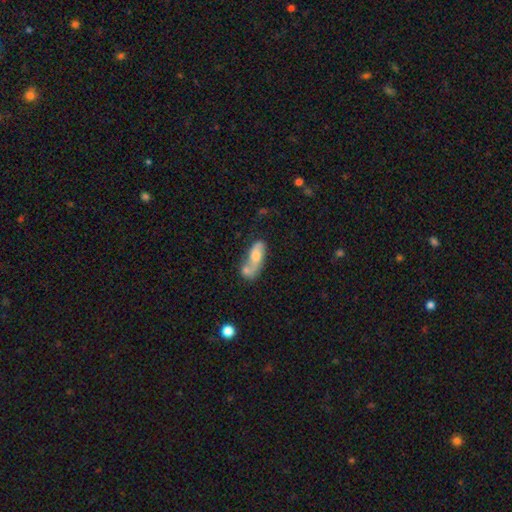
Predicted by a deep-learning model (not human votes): Q: Smooth or featured?
A: smooth (57%); runner-up: featured or disk (35%)
Q: How rounded?
A: in between (71%); runner-up: cigar-shaped (25%)
Q: Merging?
A: merger (46%); runner-up: none (27%)